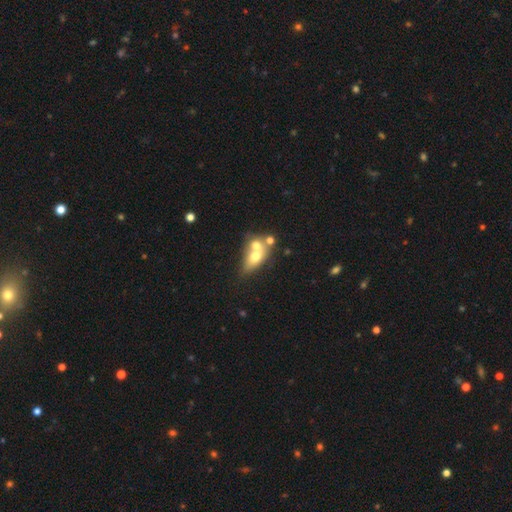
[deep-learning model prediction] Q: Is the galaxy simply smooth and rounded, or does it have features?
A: smooth — 60%.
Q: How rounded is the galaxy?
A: in between — 65%.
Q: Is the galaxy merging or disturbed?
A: merger — 62%.